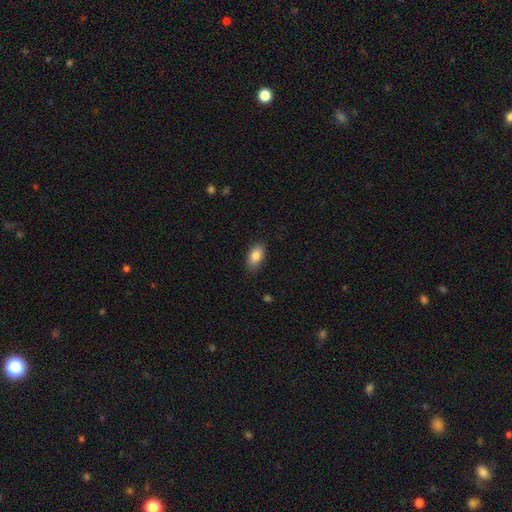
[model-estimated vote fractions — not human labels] This is clearly a smooth galaxy (85%). How rounded: clearly in between (92%). Merging: clearly none (82%).